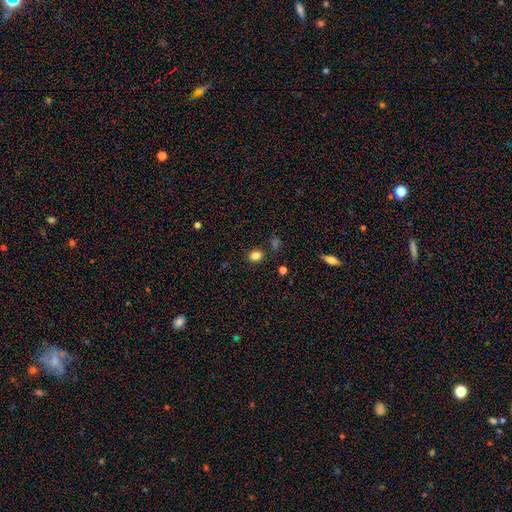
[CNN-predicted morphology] Smooth or featured? smooth (83%)
How rounded? round (58%)
Merging? none (84%)